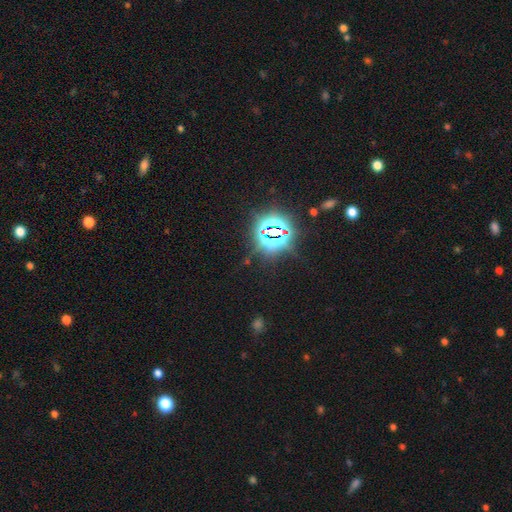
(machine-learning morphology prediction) Smooth or featured? star or artifact (83%)